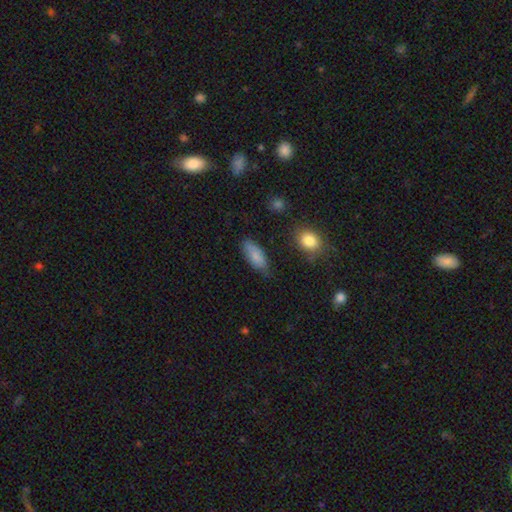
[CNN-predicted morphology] Smooth or featured? smooth (81%)
How rounded? in between (81%)
Merging? none (67%)